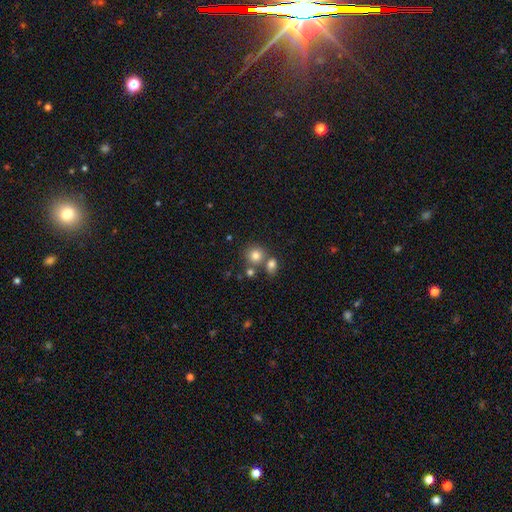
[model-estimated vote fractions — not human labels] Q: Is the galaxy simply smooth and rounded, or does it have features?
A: smooth — 79%.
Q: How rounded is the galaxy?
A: round — 85%.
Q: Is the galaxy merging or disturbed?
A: none — 60%.